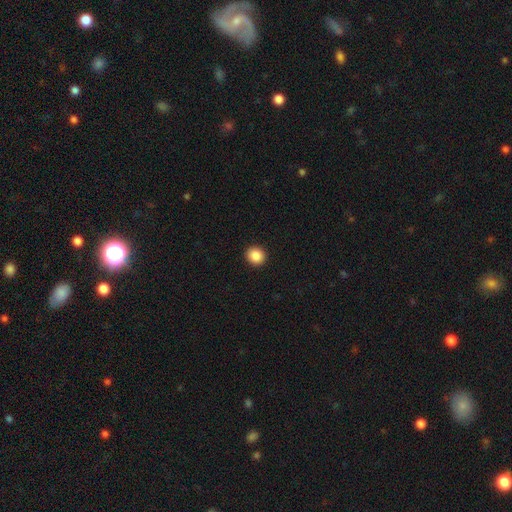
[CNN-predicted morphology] Q: Smooth or featured?
A: smooth (87%); runner-up: star or artifact (9%)
Q: How rounded?
A: round (87%); runner-up: in between (12%)
Q: Merging?
A: none (93%); runner-up: minor disturbance (4%)